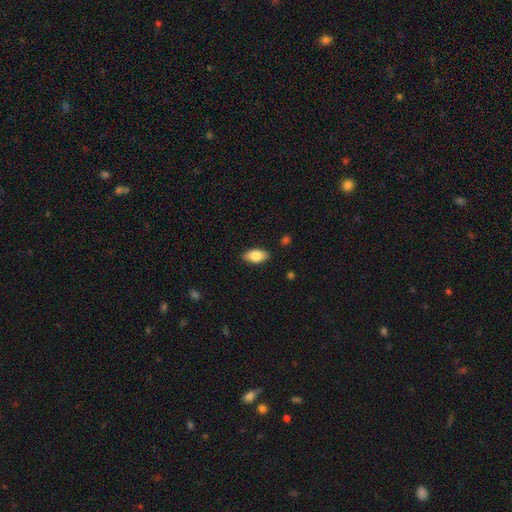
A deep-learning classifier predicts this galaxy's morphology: A smooth galaxy with no disk features (80%) that is in between round and cigar-shaped (92%). Merging: none (87%).